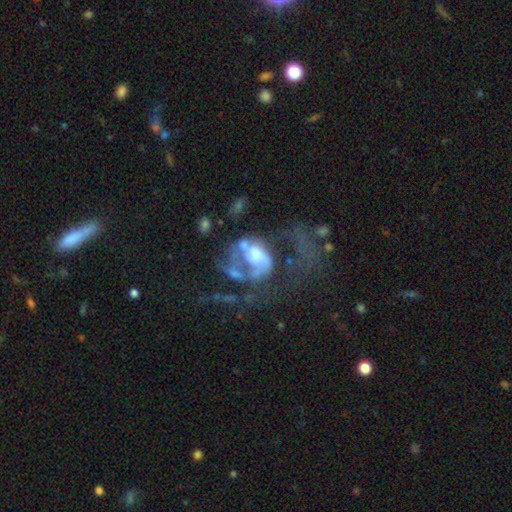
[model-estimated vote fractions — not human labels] A featured or disk galaxy (67%) with no bar (74%), no spiral arms (55%) and a large central bulge (29%, tied with moderate). Merging: major disturbance (52%).